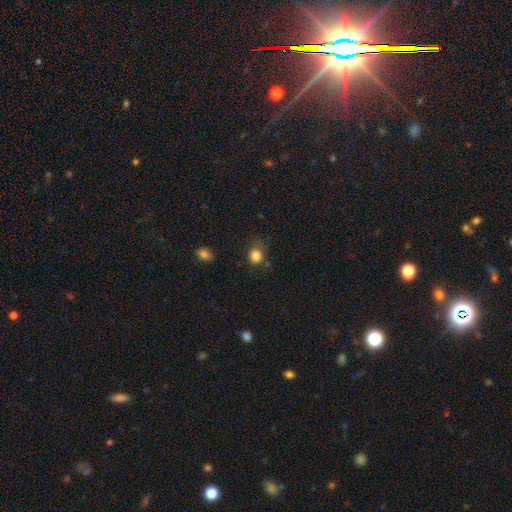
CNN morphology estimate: Q: Smooth or featured?
A: smooth (84%); runner-up: star or artifact (11%)
Q: How rounded?
A: round (62%); runner-up: in between (37%)
Q: Merging?
A: none (62%); runner-up: minor disturbance (25%)